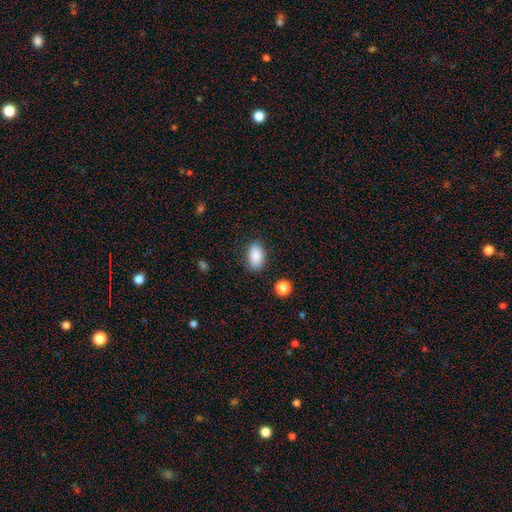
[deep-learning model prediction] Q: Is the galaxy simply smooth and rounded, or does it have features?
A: smooth — 87%.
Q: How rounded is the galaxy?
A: in between — 91%.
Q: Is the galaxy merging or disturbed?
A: none — 83%.